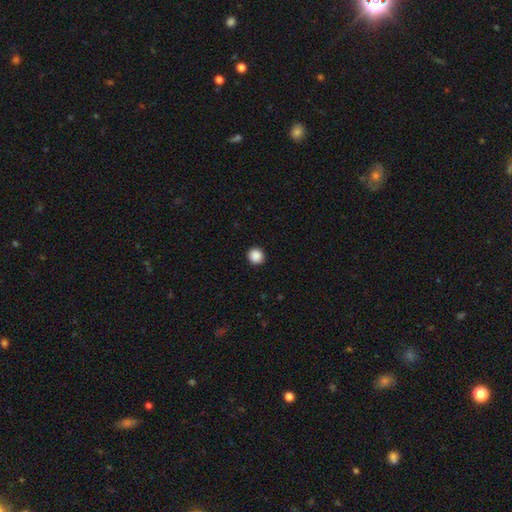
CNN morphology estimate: Smooth or featured?
  - smooth: 88% *
  - star or artifact: 10%
  - featured or disk: 2%
How rounded?
  - round: 93% *
  - in between: 6%
  - cigar-shaped: 1%
Merging?
  - none: 92% *
  - minor disturbance: 5%
  - major disturbance: 2%
  - merger: 1%